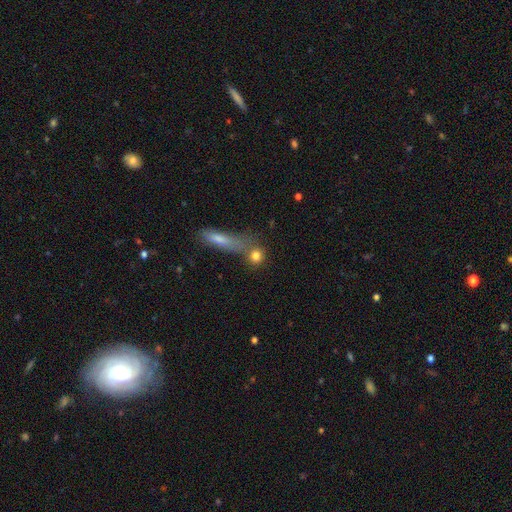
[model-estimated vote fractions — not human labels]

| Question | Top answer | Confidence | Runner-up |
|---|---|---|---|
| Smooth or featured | smooth | 79% | star or artifact (11%) |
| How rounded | round | 73% | in between (17%) |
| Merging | none | 62% | merger (22%) |